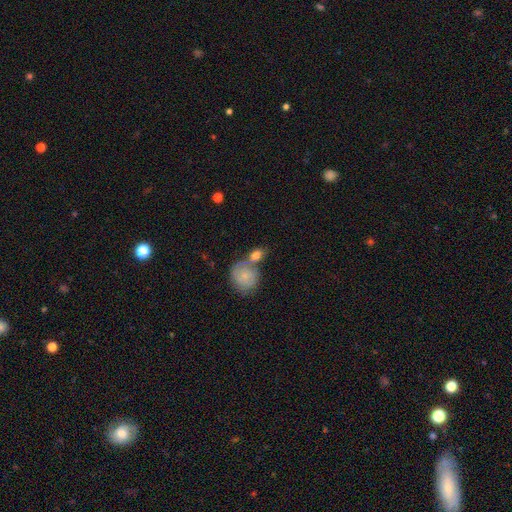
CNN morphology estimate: Smooth or featured? Predicted: smooth (p=0.69). How rounded? Predicted: in between (p=0.55). Merging? Predicted: merger (p=0.44).